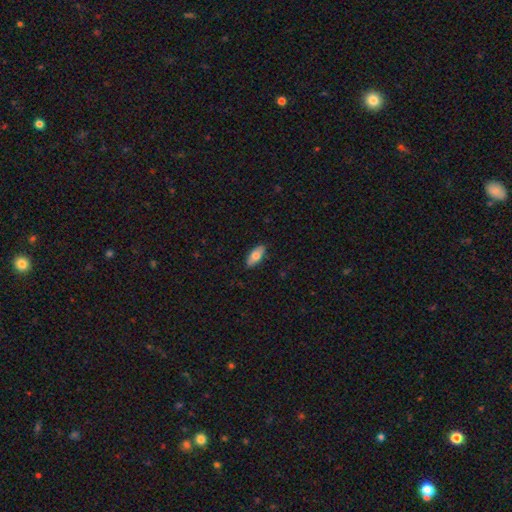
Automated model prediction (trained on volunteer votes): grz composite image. It shows a smooth galaxy with no disk features (74%) that is in between round and cigar-shaped (83%). Merging: none (87%).